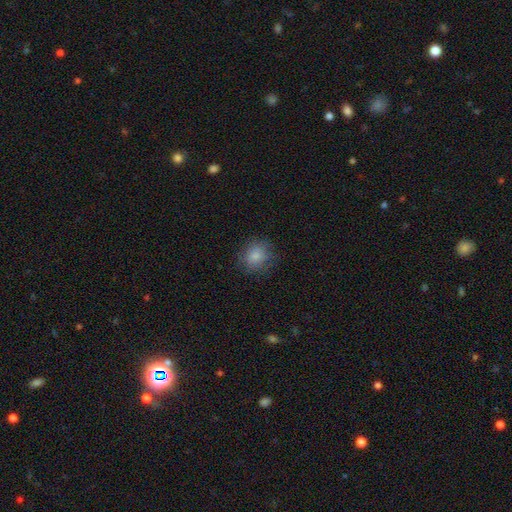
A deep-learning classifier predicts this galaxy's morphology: smooth_or_featured: smooth (p=0.85) [alt: star or artifact p=0.09]
how_rounded: round (p=0.76) [alt: in between p=0.23]
merging: none (p=0.80) [alt: minor disturbance p=0.14]